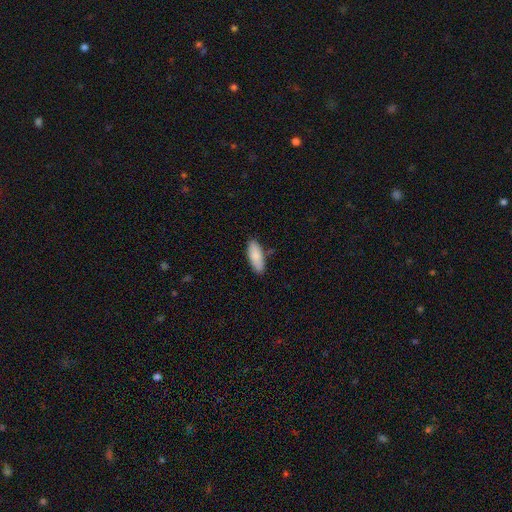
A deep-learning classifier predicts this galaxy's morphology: Smooth or featured? Predicted: smooth (p=0.86). How rounded? Predicted: in between (p=0.76). Merging? Predicted: none (p=0.83).